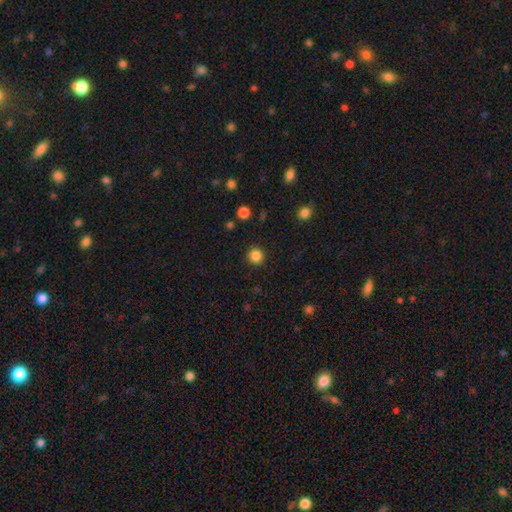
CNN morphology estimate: Smooth or featured? Predicted: smooth (p=0.85). How rounded? Predicted: round (p=0.94). Merging? Predicted: none (p=0.91).